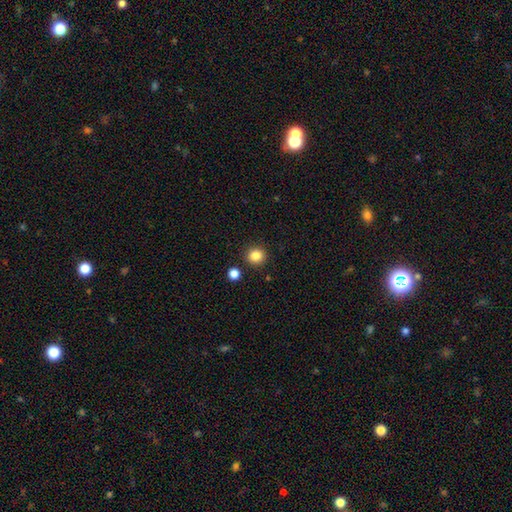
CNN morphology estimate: Smooth or featured: smooth — 85% (star or artifact — 11%)
How rounded: round — 89% (in between — 10%)
Merging: none — 89% (minor disturbance — 6%)